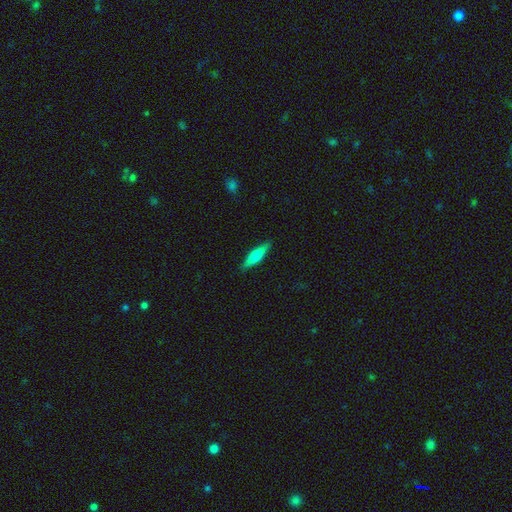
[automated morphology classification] A smooth galaxy with no disk features (64%) that is cigar-shaped (79%). Merging: none (88%).